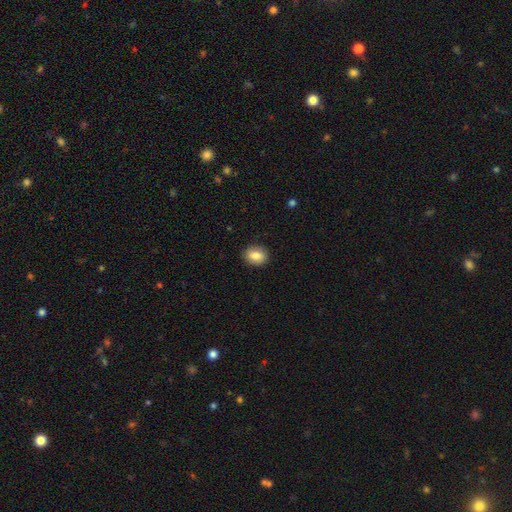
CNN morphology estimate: smooth_or_featured: smooth (p=0.84) [alt: featured or disk p=0.08]
how_rounded: in between (p=0.52) [alt: round p=0.47]
merging: none (p=0.88) [alt: minor disturbance p=0.09]